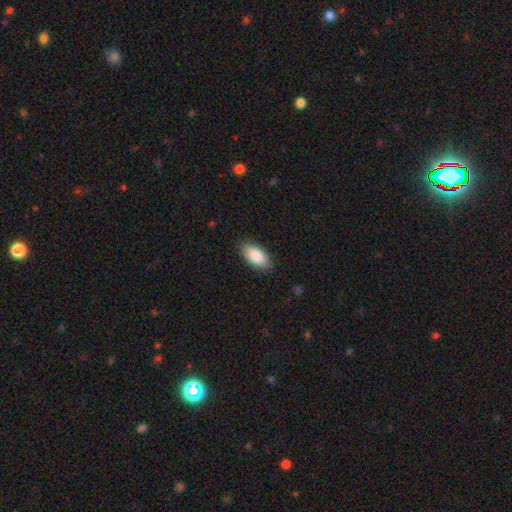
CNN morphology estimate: Smooth or featured? smooth (87%)
How rounded? in between (93%)
Merging? none (87%)